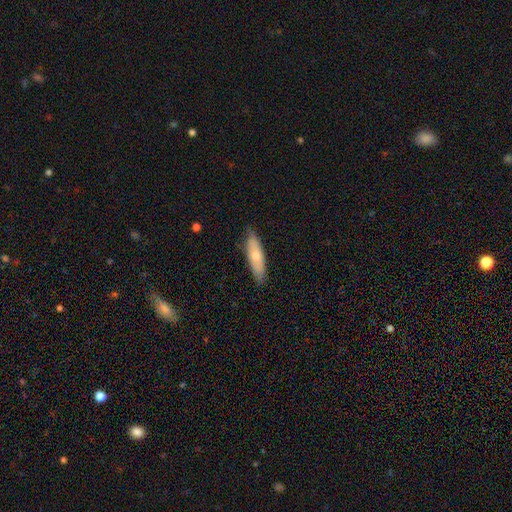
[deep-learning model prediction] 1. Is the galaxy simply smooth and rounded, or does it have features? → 65% smooth, 30% featured or disk, 6% star or artifact.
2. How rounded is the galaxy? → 65% cigar-shaped, 33% in between, 2% round.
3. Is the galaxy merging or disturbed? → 83% none, 14% minor disturbance, 2% major disturbance, 1% merger.